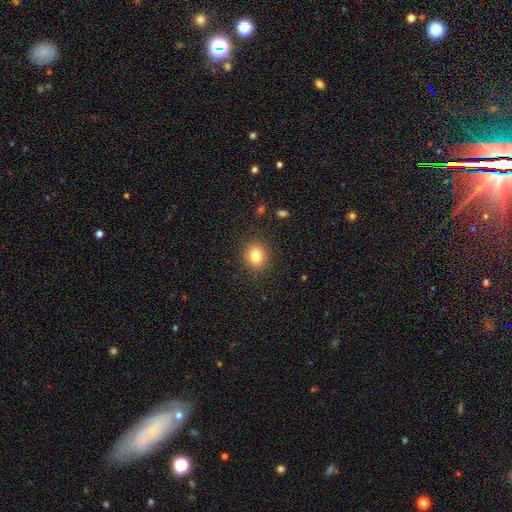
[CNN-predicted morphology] This appears to be a smooth galaxy with no disk features (82%) that is round (68%). Merging: none (88%).